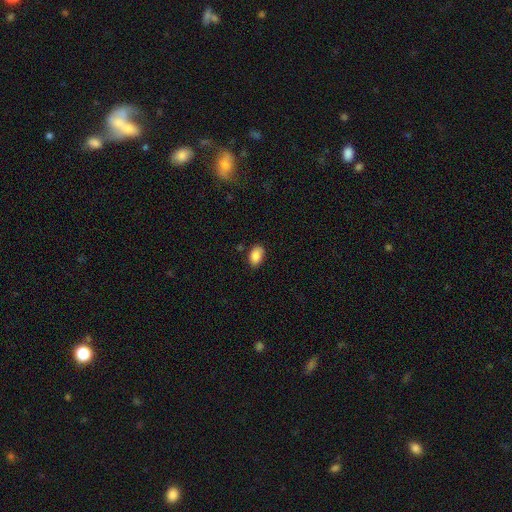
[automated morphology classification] Smooth or featured?
  - smooth: 87% *
  - star or artifact: 8%
  - featured or disk: 5%
How rounded?
  - in between: 91% *
  - round: 8%
  - cigar-shaped: 1%
Merging?
  - none: 81% *
  - minor disturbance: 14%
  - major disturbance: 3%
  - merger: 2%